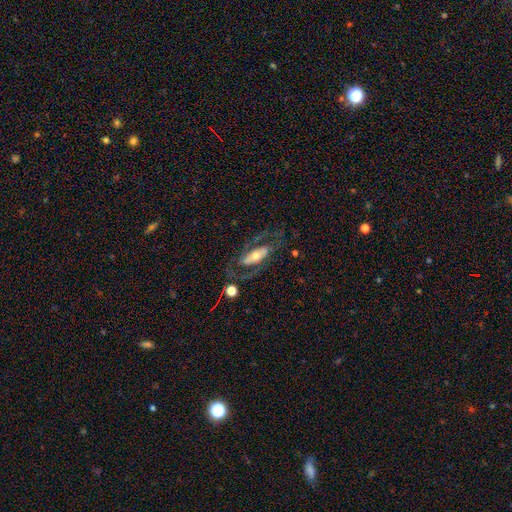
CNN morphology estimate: A featured or disk galaxy (73%) with no bar (45%), spiral arms (74%) and a moderate central bulge (53%).

Vote fractions:
- Smooth or featured? featured or disk: 73% / smooth: 21% / star or artifact: 7%
- Edge-on disk? no: 86% / yes: 14%
- Bar? no: 45% / strong: 31% / weak: 24%
- Spiral arms? yes: 74% / no: 26%
- Bulge size? moderate: 53% / small: 33% / large: 10% / dominant: 2% / none: 2%
- Merging? none: 63% / major disturbance: 19% / minor disturbance: 15% / merger: 3%